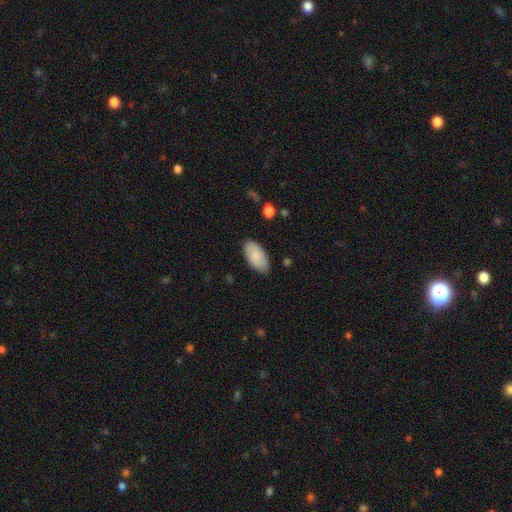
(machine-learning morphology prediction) Smooth or featured: smooth — 85% (featured or disk — 9%)
How rounded: in between — 95% (cigar-shaped — 3%)
Merging: none — 84% (minor disturbance — 12%)